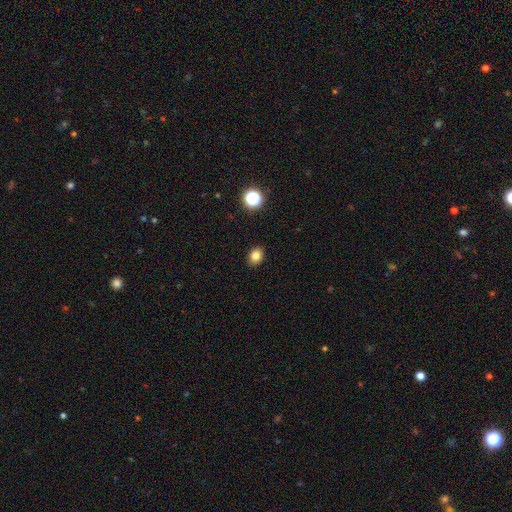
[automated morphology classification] smooth 81%, star or artifact 13%, featured or disk 6%. Down the decision tree: how rounded — in between (55%); merging — none (90%).